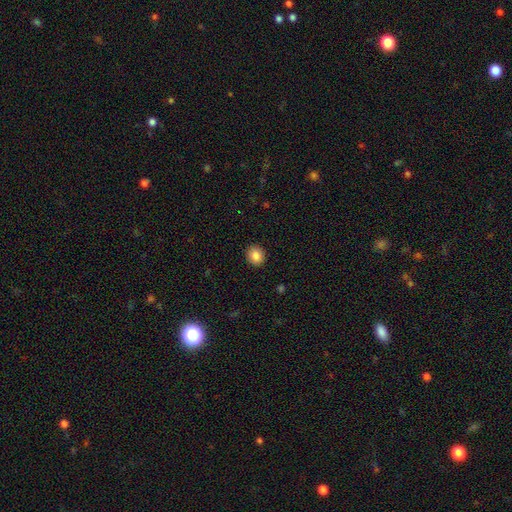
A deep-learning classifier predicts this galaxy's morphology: smooth-or-featured: smooth: 86% | star or artifact: 9% | featured or disk: 5%
  how-rounded: round: 76% | in between: 23% | cigar-shaped: 1%
  merging: none: 92% | minor disturbance: 6% | major disturbance: 2% | merger: 1%